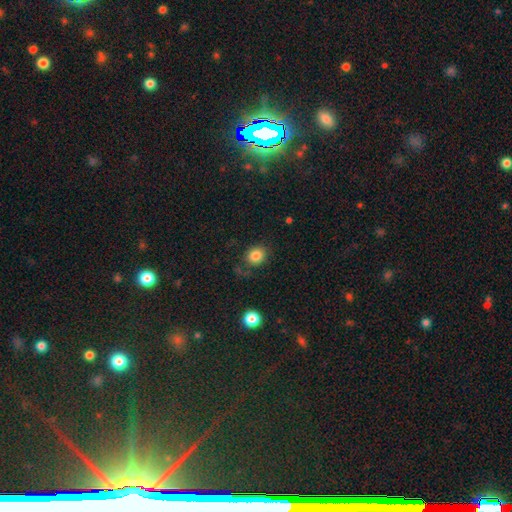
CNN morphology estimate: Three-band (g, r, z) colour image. It shows a smooth galaxy with no disk features (84%) that is round (70%). Merging: none (77%).